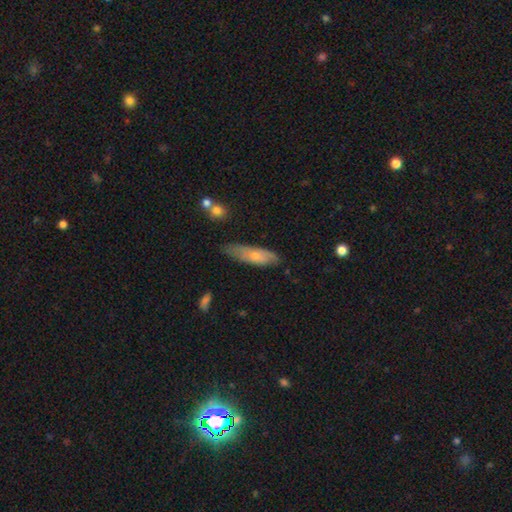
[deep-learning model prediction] This appears to be a smooth galaxy with no disk features (59%) that is in between round and cigar-shaped (50%). Merging: none (63%).